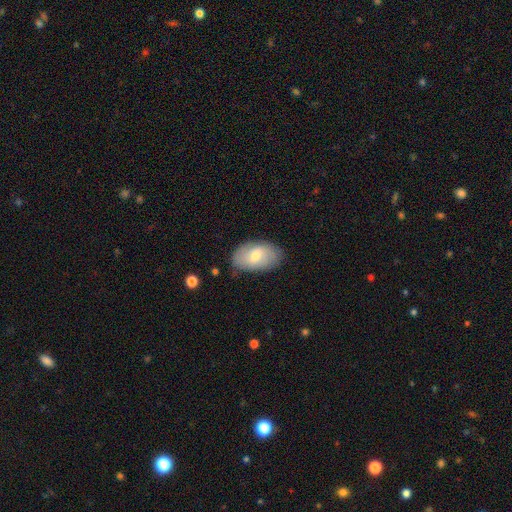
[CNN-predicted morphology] smooth-or-featured: smooth: 62% | featured or disk: 31% | star or artifact: 7%
  how-rounded: in between: 93% | round: 5% | cigar-shaped: 2%
  merging: none: 78% | minor disturbance: 16% | major disturbance: 4% | merger: 1%